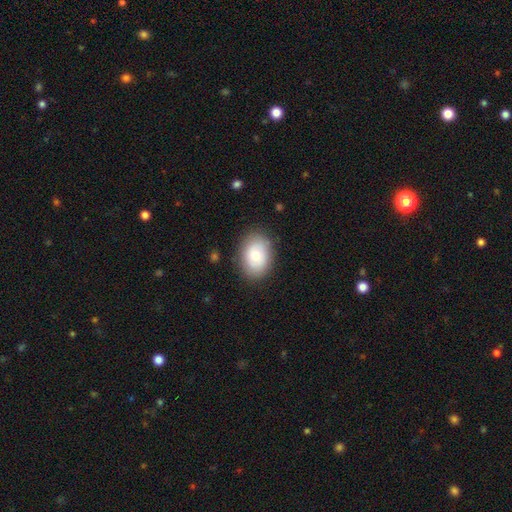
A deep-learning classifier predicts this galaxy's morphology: Q: Smooth or featured?
A: smooth (74%); runner-up: featured or disk (18%)
Q: How rounded?
A: in between (74%); runner-up: round (25%)
Q: Merging?
A: none (84%); runner-up: minor disturbance (11%)